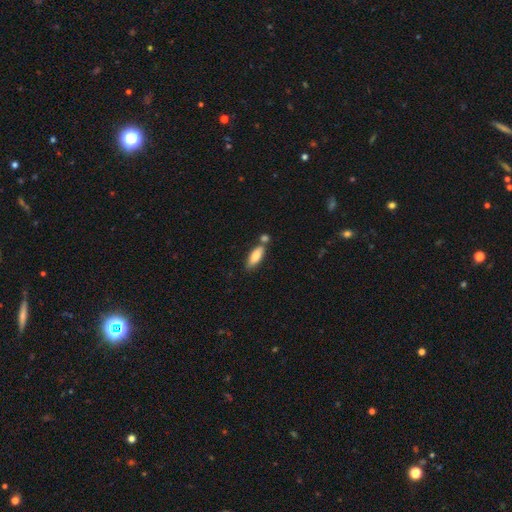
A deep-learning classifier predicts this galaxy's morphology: type=smooth (75%); roundness=in between (66%); merging=none (59%).